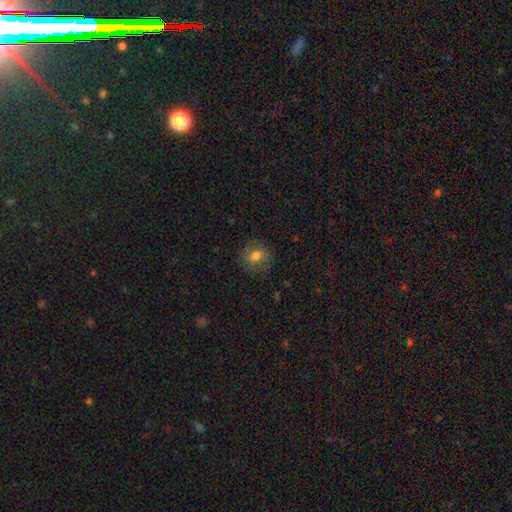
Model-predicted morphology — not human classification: Smooth or featured?
  - smooth: 71% *
  - featured or disk: 18%
  - star or artifact: 11%
How rounded?
  - round: 82% *
  - in between: 17%
  - cigar-shaped: 1%
Merging?
  - none: 82% *
  - minor disturbance: 13%
  - major disturbance: 4%
  - merger: 1%